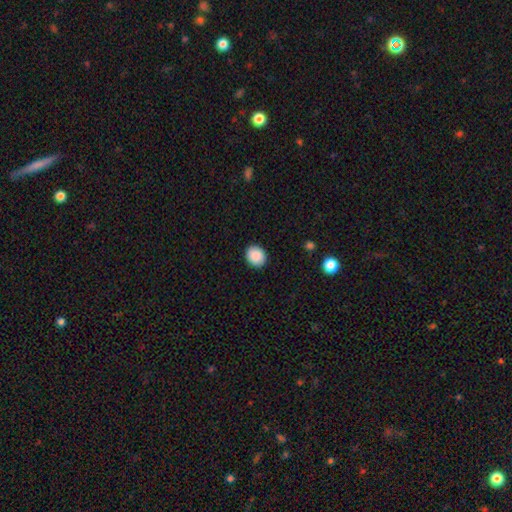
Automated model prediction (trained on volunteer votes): Q: Smooth or featured?
A: smooth (90%); runner-up: star or artifact (7%)
Q: How rounded?
A: round (71%); runner-up: in between (28%)
Q: Merging?
A: none (91%); runner-up: minor disturbance (6%)